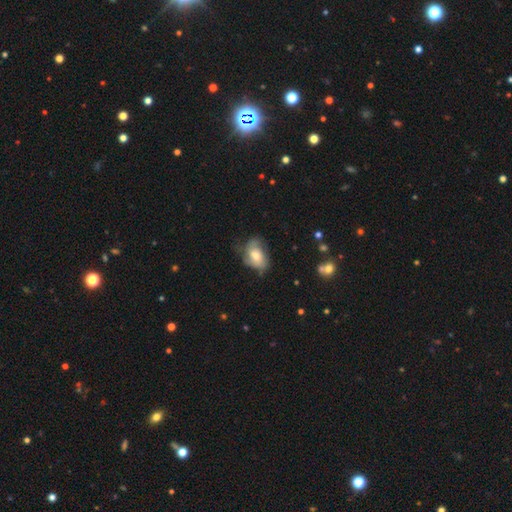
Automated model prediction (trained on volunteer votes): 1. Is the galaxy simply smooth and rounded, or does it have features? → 55% smooth, 36% featured or disk, 8% star or artifact.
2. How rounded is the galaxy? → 82% in between, 17% round, 2% cigar-shaped.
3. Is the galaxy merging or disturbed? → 44% none, 34% minor disturbance, 19% major disturbance, 3% merger.